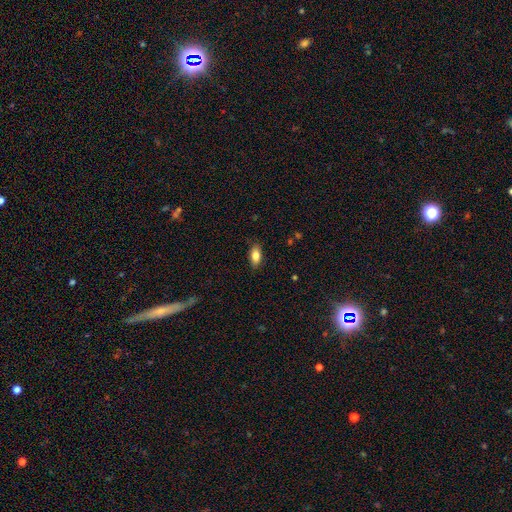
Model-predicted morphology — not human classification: Smooth or featured: smooth — 82% (featured or disk — 10%)
How rounded: in between — 88% (cigar-shaped — 8%)
Merging: none — 86% (minor disturbance — 10%)